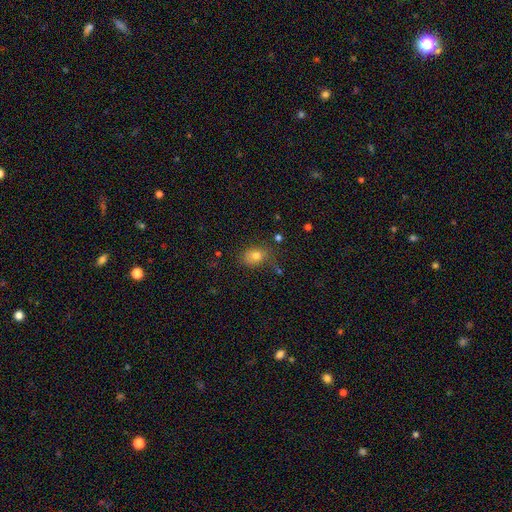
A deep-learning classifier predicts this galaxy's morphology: smooth_or_featured: smooth (p=0.77) [alt: star or artifact p=0.13]
how_rounded: in between (p=0.60) [alt: round p=0.39]
merging: none (p=0.66) [alt: minor disturbance p=0.22]